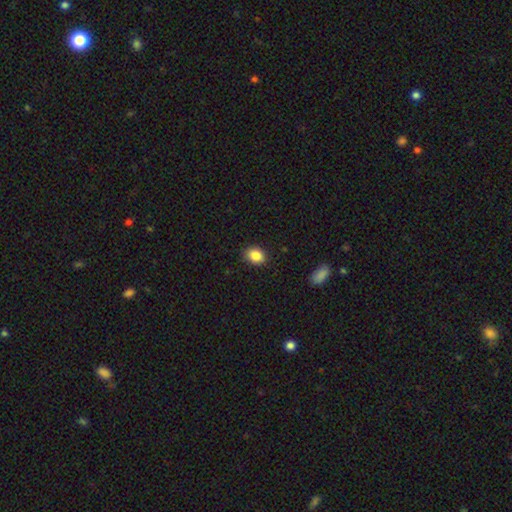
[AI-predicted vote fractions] Smooth or featured? Predicted: smooth (p=0.86). How rounded? Predicted: in between (p=0.60). Merging? Predicted: none (p=0.87).